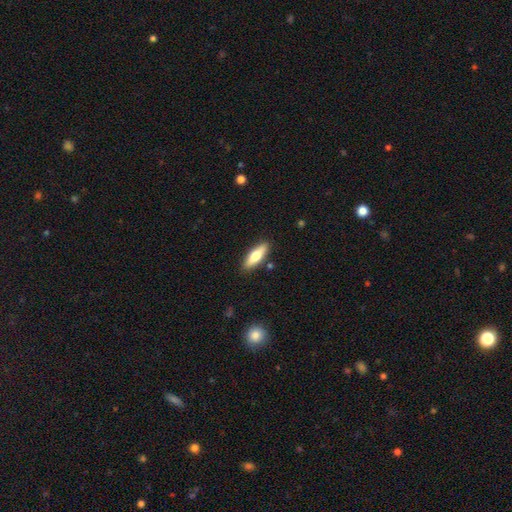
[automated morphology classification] smooth-or-featured: smooth: 65% | featured or disk: 29% | star or artifact: 6%
  how-rounded: in between: 50% | cigar-shaped: 48% | round: 2%
  merging: none: 87% | minor disturbance: 9% | merger: 2% | major disturbance: 2%